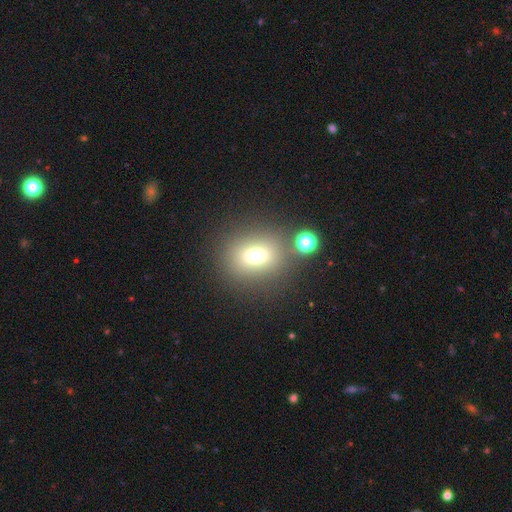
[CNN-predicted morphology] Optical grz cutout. It shows a smooth galaxy with no disk features (71%) that is round (58%). Merging: none (75%).